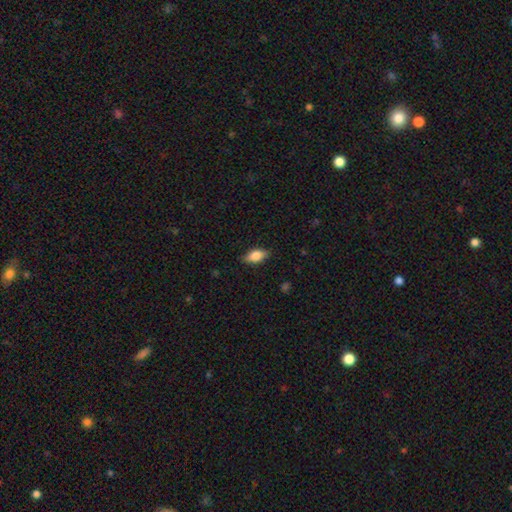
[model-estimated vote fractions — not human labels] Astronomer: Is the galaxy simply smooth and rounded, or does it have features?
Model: smooth — 76%.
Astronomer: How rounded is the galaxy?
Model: in between — 86%.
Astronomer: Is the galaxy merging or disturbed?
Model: none — 83%.